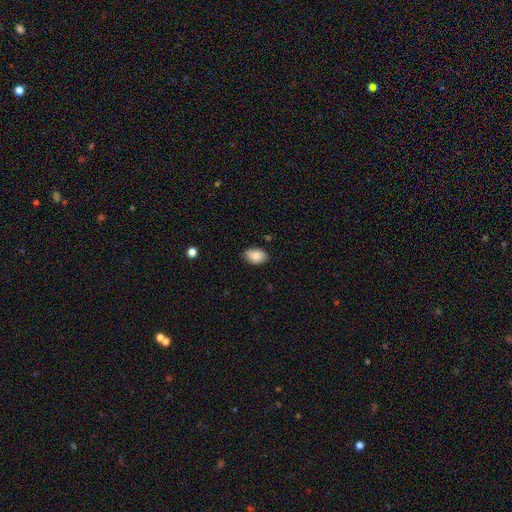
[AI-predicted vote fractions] The model was most divided on "merging": none: 82%, minor disturbance: 14%, major disturbance: 2%, merger: 1%. More confident: how rounded — in between (86%); smooth or featured — smooth (86%).